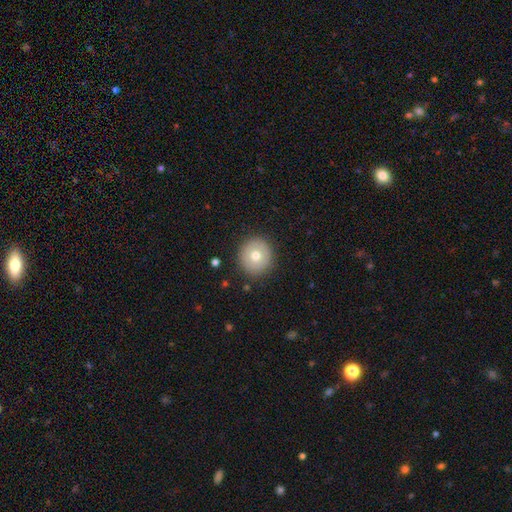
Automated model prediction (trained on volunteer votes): Q: Smooth or featured?
A: smooth (71%); runner-up: featured or disk (20%)
Q: How rounded?
A: round (94%); runner-up: in between (5%)
Q: Merging?
A: none (89%); runner-up: minor disturbance (7%)